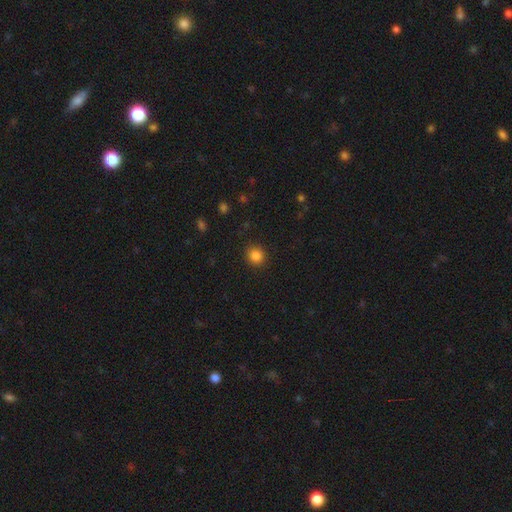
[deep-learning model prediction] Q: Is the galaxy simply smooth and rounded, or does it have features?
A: smooth — 84%.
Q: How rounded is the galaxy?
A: round — 88%.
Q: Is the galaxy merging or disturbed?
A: none — 90%.